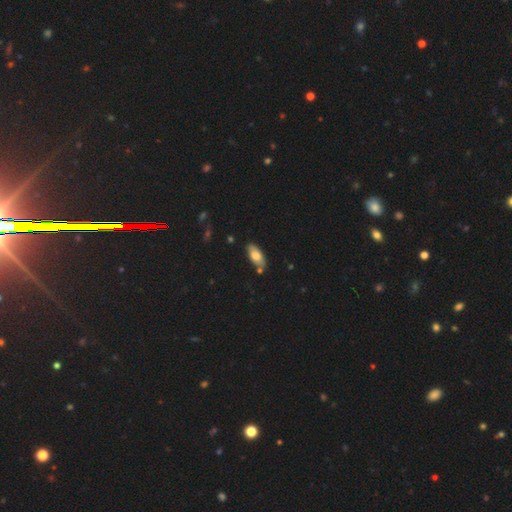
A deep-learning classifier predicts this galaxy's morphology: The model was most divided on "smooth or featured": smooth: 76%, featured or disk: 18%, star or artifact: 6%. More confident: how rounded — in between (87%); merging — none (76%).